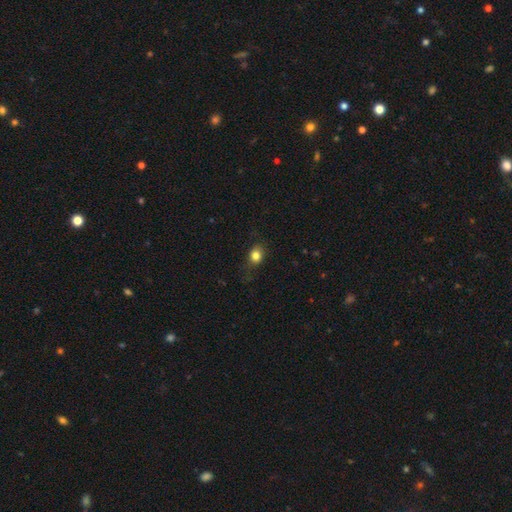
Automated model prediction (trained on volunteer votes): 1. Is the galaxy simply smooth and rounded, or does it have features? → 82% smooth, 11% star or artifact, 7% featured or disk.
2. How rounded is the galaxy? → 53% round, 46% in between, 2% cigar-shaped.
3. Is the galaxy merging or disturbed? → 74% none, 19% minor disturbance, 6% major disturbance, 1% merger.